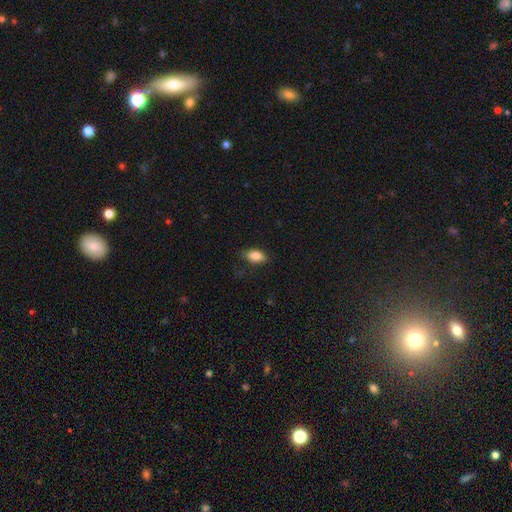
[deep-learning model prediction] Q: Smooth or featured?
A: smooth (84%); runner-up: featured or disk (8%)
Q: How rounded?
A: in between (88%); runner-up: round (6%)
Q: Merging?
A: none (77%); runner-up: minor disturbance (18%)